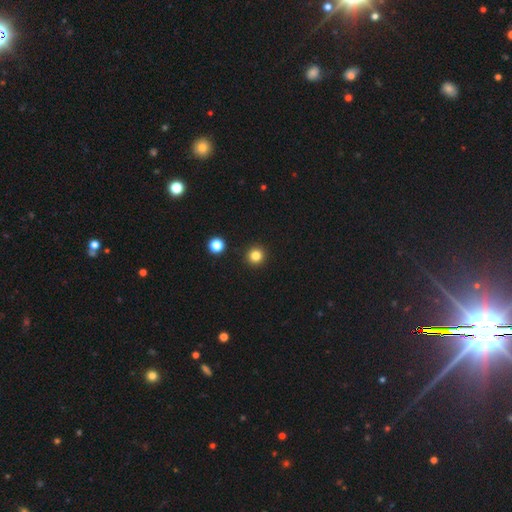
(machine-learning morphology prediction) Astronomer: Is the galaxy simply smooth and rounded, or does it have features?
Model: smooth — 82%.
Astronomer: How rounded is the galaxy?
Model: round — 96%.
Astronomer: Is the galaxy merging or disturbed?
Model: none — 93%.